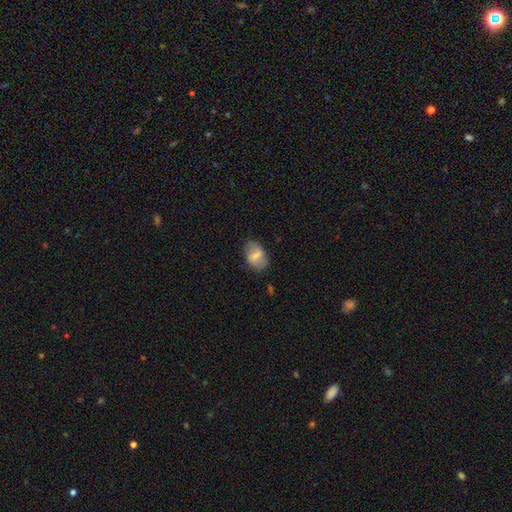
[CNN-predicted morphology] smooth-or-featured: smooth: 63% | featured or disk: 29% | star or artifact: 8%
  how-rounded: in between: 82% | round: 16% | cigar-shaped: 2%
  merging: none: 74% | minor disturbance: 19% | major disturbance: 6% | merger: 2%